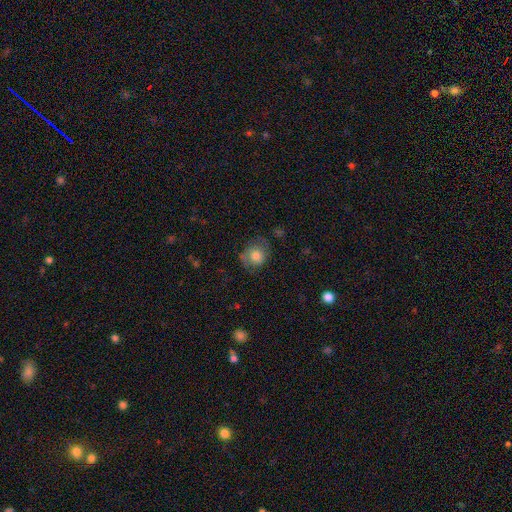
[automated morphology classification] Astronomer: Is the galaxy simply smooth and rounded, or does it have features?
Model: smooth — 70%.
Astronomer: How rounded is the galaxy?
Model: round — 76%.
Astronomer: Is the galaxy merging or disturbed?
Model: none — 63%.